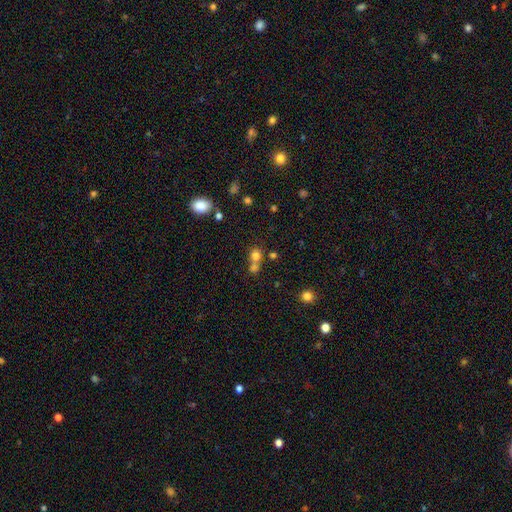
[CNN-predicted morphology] A smooth galaxy with no disk features (75%) that is round (80%).

Vote fractions:
- Smooth or featured? smooth: 75% / star or artifact: 15% / featured or disk: 9%
- How rounded? round: 80% / in between: 19% / cigar-shaped: 1%
- Merging? merger: 50% / none: 41% / minor disturbance: 6% / major disturbance: 3%